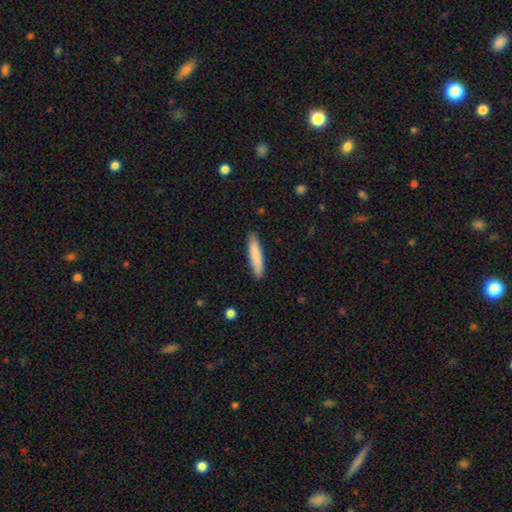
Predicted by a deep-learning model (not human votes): This appears to be a smooth galaxy with no disk features (85%) that is cigar-shaped (83%). Merging: none (89%).